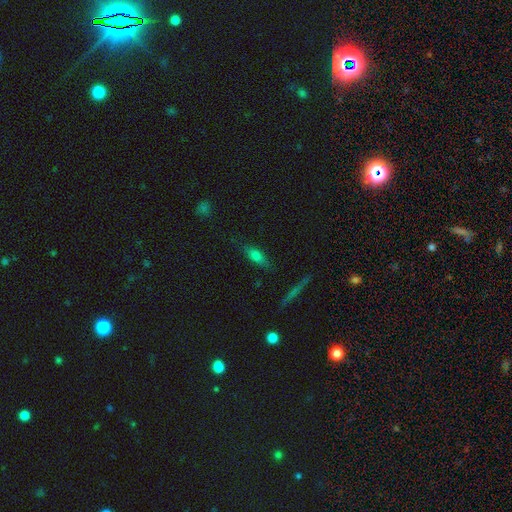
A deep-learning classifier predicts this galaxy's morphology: smooth_or_featured: smooth (p=0.65) [alt: featured or disk p=0.24]
how_rounded: in between (p=0.62) [alt: cigar-shaped p=0.34]
merging: none (p=0.78) [alt: minor disturbance p=0.16]